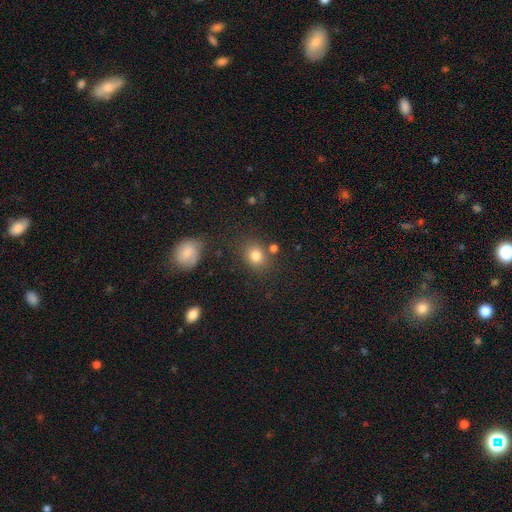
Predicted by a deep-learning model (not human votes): This is clearly a smooth galaxy (80%). How rounded: possibly round (57%). Merging: likely none (73%).